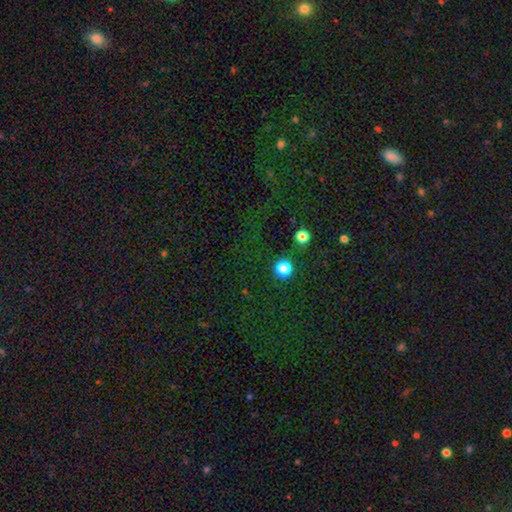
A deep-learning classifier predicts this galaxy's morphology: A star or artifact, not a galaxy (74%).